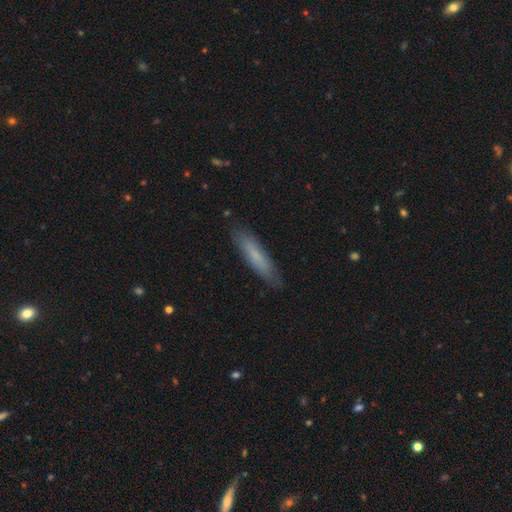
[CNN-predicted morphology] Smooth or featured: smooth — 69% (featured or disk — 24%)
How rounded: cigar-shaped — 83% (in between — 15%)
Merging: none — 86% (minor disturbance — 11%)